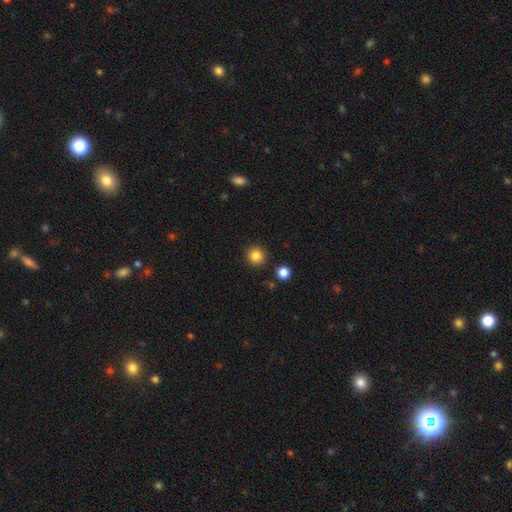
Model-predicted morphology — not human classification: Smooth or featured?
  - smooth: 85% *
  - star or artifact: 11%
  - featured or disk: 4%
How rounded?
  - round: 93% *
  - in between: 6%
  - cigar-shaped: 1%
Merging?
  - none: 90% *
  - minor disturbance: 5%
  - merger: 2%
  - major disturbance: 2%